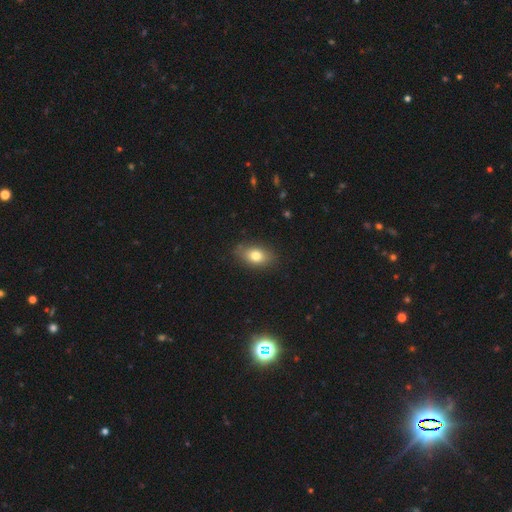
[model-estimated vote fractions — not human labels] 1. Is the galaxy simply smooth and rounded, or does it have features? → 78% smooth, 13% featured or disk, 9% star or artifact.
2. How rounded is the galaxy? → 84% in between, 13% round, 3% cigar-shaped.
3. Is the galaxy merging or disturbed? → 83% none, 13% minor disturbance, 3% major disturbance, 1% merger.